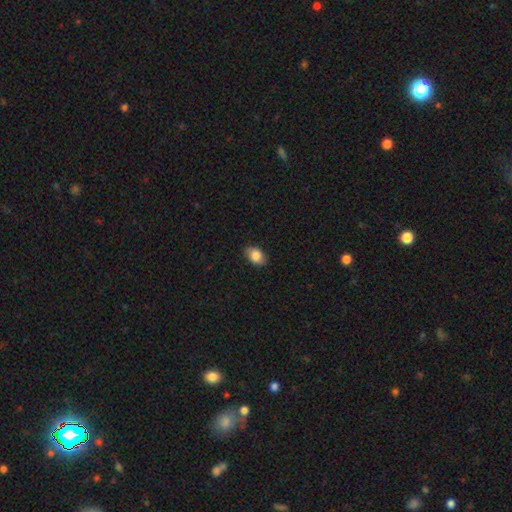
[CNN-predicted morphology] This is clearly a smooth galaxy (86%). How rounded: clearly in between (84%). Merging: clearly none (87%).